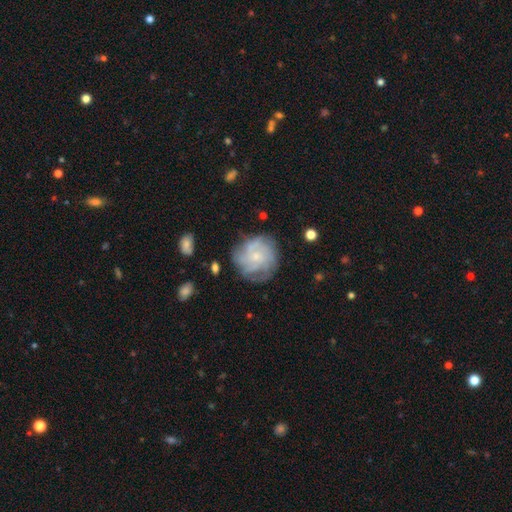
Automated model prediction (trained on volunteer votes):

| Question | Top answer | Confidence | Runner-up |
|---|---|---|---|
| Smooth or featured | featured or disk | 63% | smooth (29%) |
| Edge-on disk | no | 98% | yes (2%) |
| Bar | no | 76% | weak (22%) |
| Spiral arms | yes | 81% | no (19%) |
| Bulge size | small | 64% | moderate (25%) |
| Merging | none | 67% | minor disturbance (20%) |